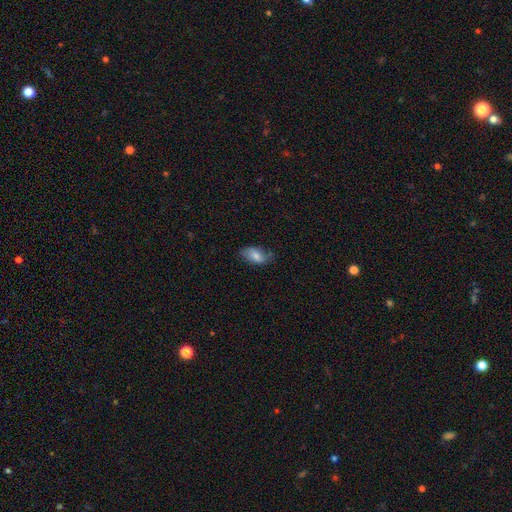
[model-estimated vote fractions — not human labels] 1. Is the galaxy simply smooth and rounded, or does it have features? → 75% smooth, 18% featured or disk, 7% star or artifact.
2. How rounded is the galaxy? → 92% in between, 4% round, 4% cigar-shaped.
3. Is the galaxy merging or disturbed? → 69% none, 24% minor disturbance, 5% major disturbance, 2% merger.